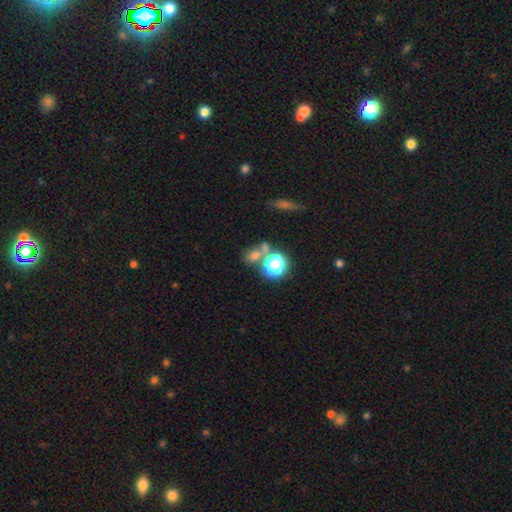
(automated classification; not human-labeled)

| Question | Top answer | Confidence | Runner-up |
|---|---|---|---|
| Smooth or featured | smooth | 61% | star or artifact (28%) |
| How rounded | round | 60% | in between (37%) |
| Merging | none | 52% | merger (33%) |